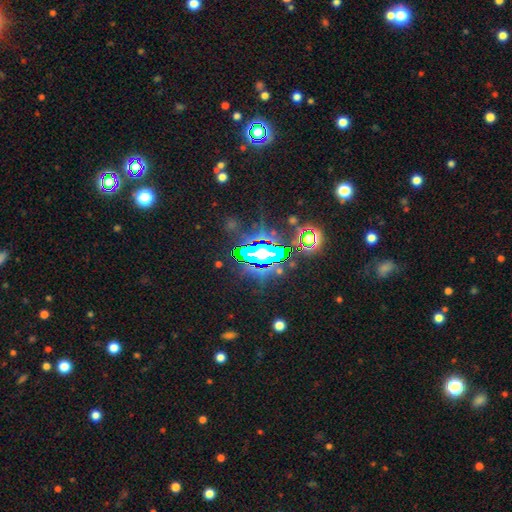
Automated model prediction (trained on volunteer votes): Smooth or featured? star or artifact (68%)